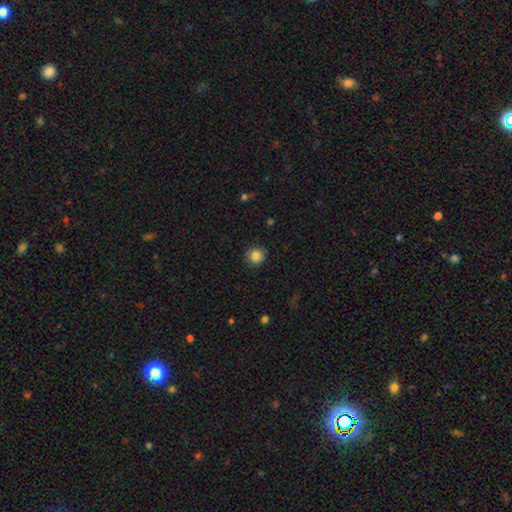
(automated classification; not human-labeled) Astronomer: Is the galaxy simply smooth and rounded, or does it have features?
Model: smooth — 86%.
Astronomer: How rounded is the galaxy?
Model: round — 93%.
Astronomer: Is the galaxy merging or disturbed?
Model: none — 90%.